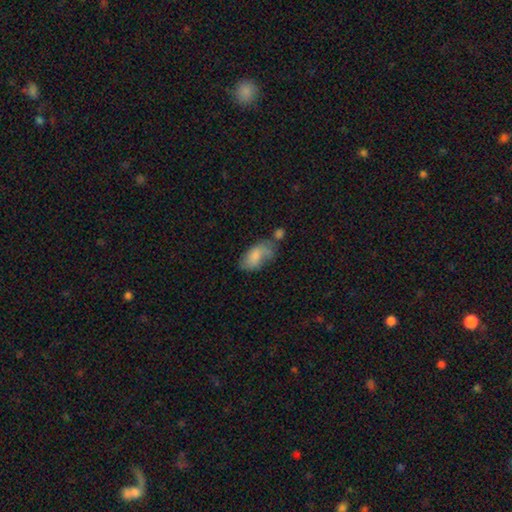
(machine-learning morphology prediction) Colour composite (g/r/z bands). It shows a smooth galaxy with no disk features (77%) that is in between round and cigar-shaped (93%). Merging: none (37%).